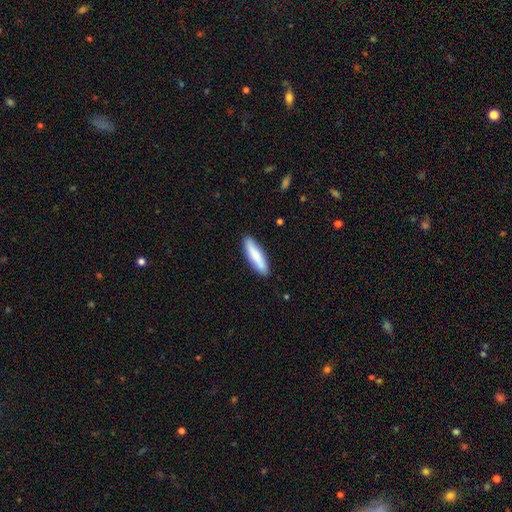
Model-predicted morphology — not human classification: Smooth or featured? Predicted: smooth (p=0.80). How rounded? Predicted: cigar-shaped (p=0.74). Merging? Predicted: none (p=0.88).